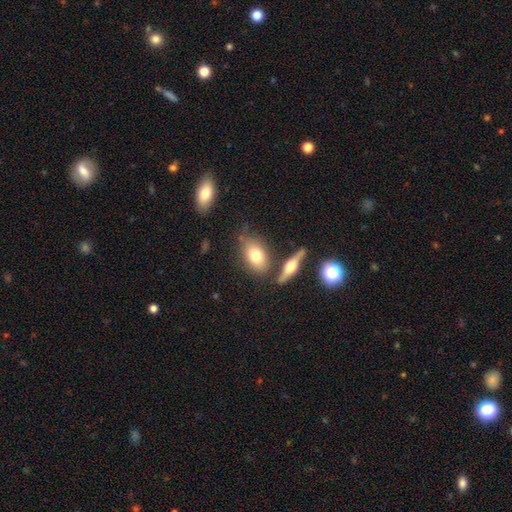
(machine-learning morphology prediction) Overall: smooth (72%). How rounded: in between (83%). Merging: none (67%).